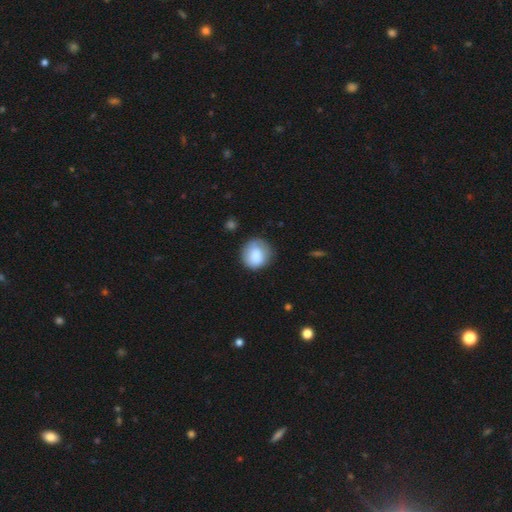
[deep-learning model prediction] smooth 80%, featured or disk 13%, star or artifact 7%. Down the decision tree: how rounded — round (82%); merging — none (69%).